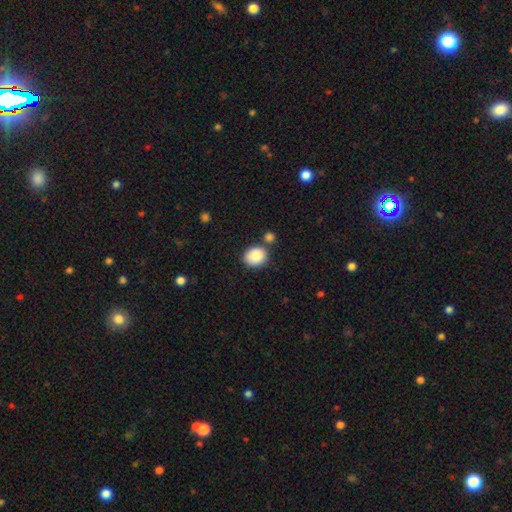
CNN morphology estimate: A smooth galaxy with no disk features (87%) that is round (66%).

Vote fractions:
- Smooth or featured? smooth: 87% / star or artifact: 8% / featured or disk: 5%
- How rounded? round: 66% / in between: 33% / cigar-shaped: 1%
- Merging? none: 68% / merger: 16% / minor disturbance: 13% / major disturbance: 3%